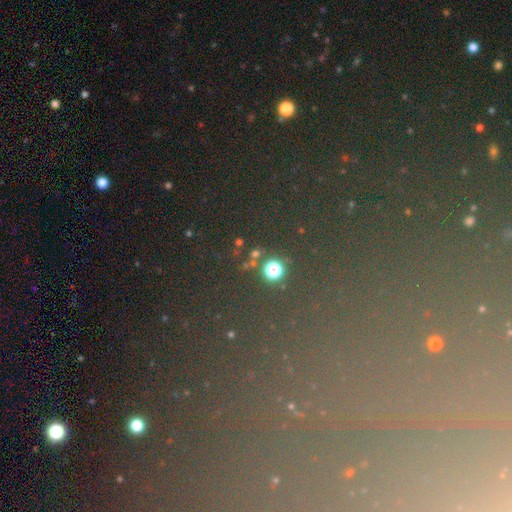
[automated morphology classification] Smooth or featured? Predicted: star or artifact (p=0.69).